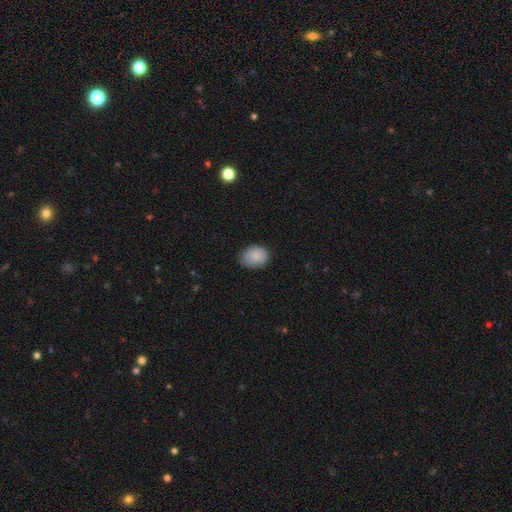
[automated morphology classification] Q: Smooth or featured?
A: smooth (86%); runner-up: star or artifact (8%)
Q: How rounded?
A: in between (61%); runner-up: round (39%)
Q: Merging?
A: none (74%); runner-up: minor disturbance (21%)